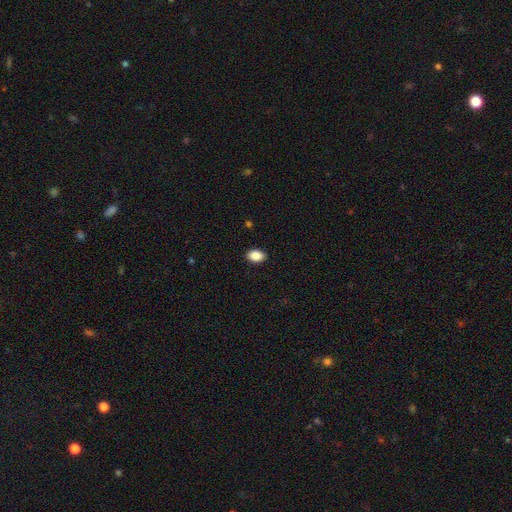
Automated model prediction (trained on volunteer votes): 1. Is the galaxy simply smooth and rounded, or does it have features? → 89% smooth, 8% star or artifact, 3% featured or disk.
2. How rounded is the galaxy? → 85% in between, 14% round, 1% cigar-shaped.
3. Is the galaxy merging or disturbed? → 90% none, 8% minor disturbance, 2% major disturbance, 1% merger.